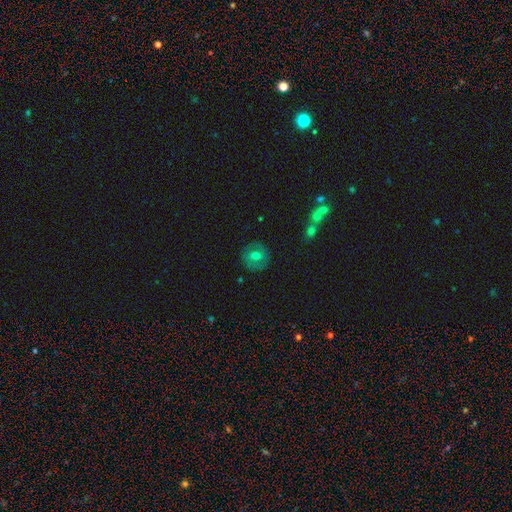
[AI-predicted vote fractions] Smooth or featured: smooth — 49% (featured or disk — 43%)
Merging: none — 85% (minor disturbance — 10%)